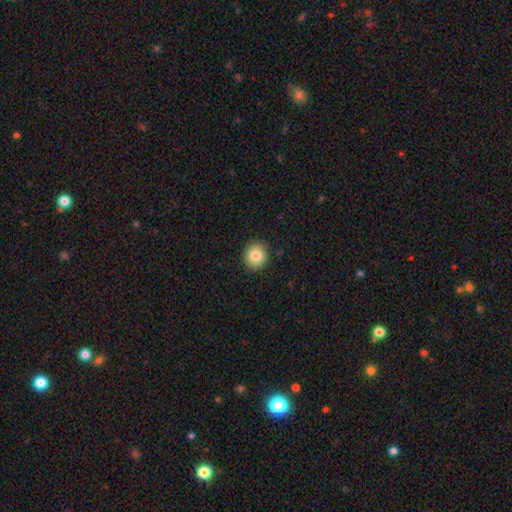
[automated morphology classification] Q: Smooth or featured?
A: smooth (83%); runner-up: star or artifact (9%)
Q: How rounded?
A: round (81%); runner-up: in between (18%)
Q: Merging?
A: none (91%); runner-up: minor disturbance (6%)